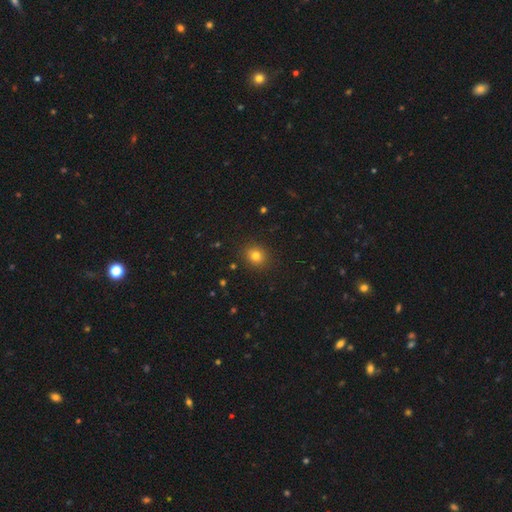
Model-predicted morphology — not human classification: A smooth galaxy with no disk features (79%) that is round (76%).

Vote fractions:
- Smooth or featured? smooth: 79% / star or artifact: 14% / featured or disk: 7%
- How rounded? round: 76% / in between: 23% / cigar-shaped: 1%
- Merging? none: 90% / minor disturbance: 7% / major disturbance: 2% / merger: 1%